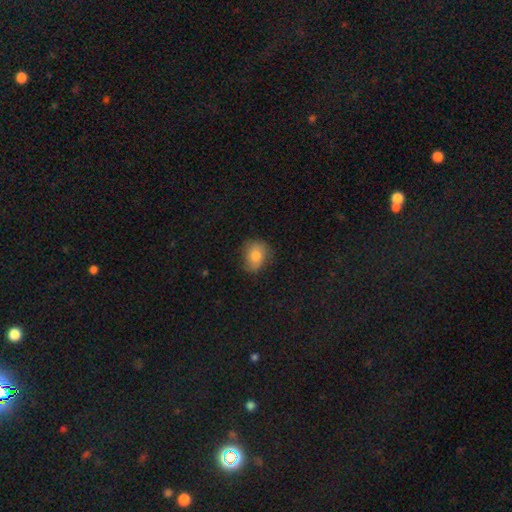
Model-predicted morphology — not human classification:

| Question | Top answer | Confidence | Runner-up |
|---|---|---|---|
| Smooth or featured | smooth | 77% | featured or disk (15%) |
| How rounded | round | 50% | in between (49%) |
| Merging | none | 67% | minor disturbance (25%) |